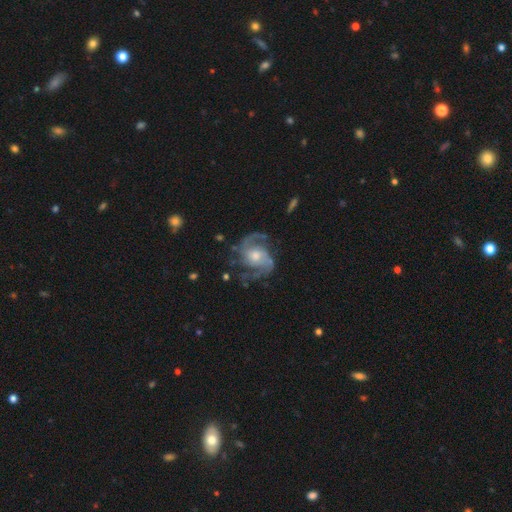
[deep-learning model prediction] The model was most divided on "spiral winding": medium: 53%, tight: 29%, loose: 17%. More confident: edge-on disk — no (98%); spiral arms — yes (97%); smooth or featured — featured or disk (91%); merging — none (70%); bar — no (64%); spiral arm count — 2 (64%); bulge size — moderate (62%).